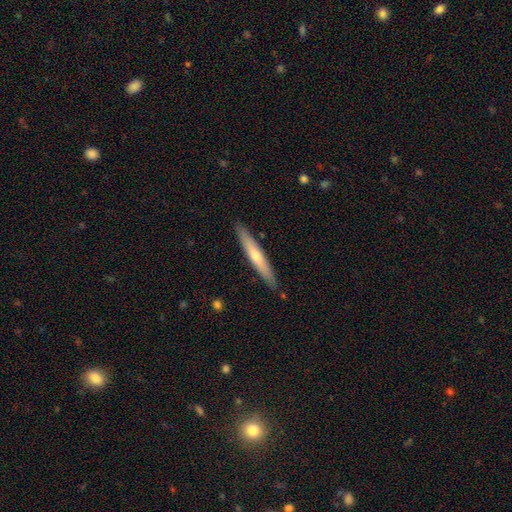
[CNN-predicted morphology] This appears to be a smooth galaxy with no disk features (50%) that is cigar-shaped (94%). Merging: none (89%).